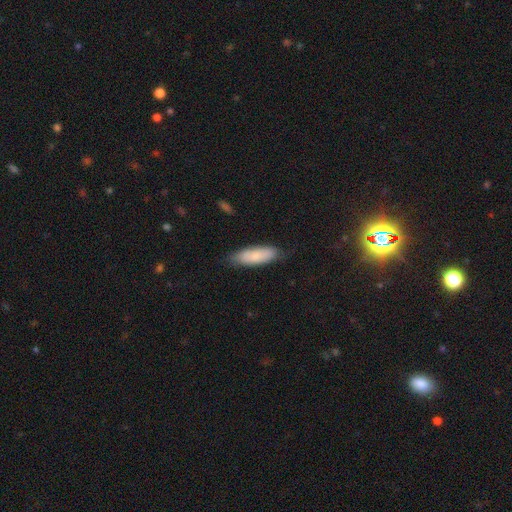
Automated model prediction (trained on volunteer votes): A smooth galaxy with no disk features (81%) that is in between round and cigar-shaped (57%).

Vote fractions:
- Smooth or featured? smooth: 81% / featured or disk: 13% / star or artifact: 6%
- How rounded? in between: 57% / cigar-shaped: 41% / round: 2%
- Merging? none: 77% / minor disturbance: 18% / major disturbance: 3% / merger: 1%